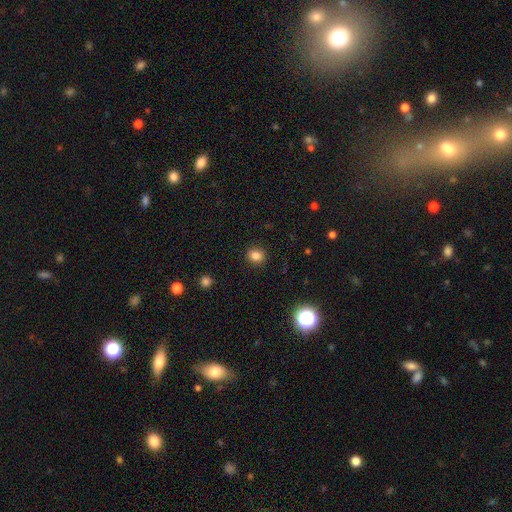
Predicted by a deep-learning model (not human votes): A smooth galaxy with no disk features (82%) that is round (82%). Merging: none (91%).